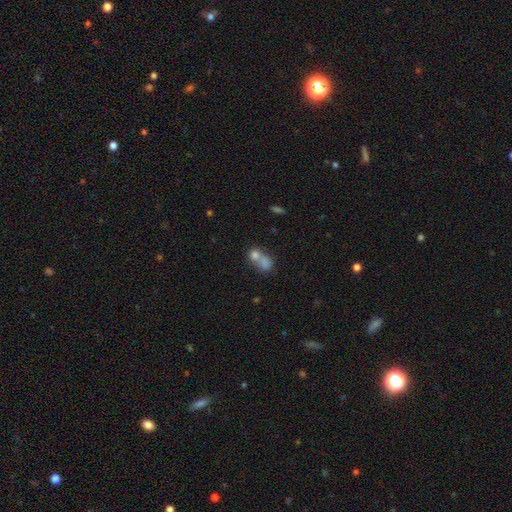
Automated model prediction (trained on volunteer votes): Smooth or featured? smooth (74%)
How rounded? round (52%)
Merging? merger (66%)